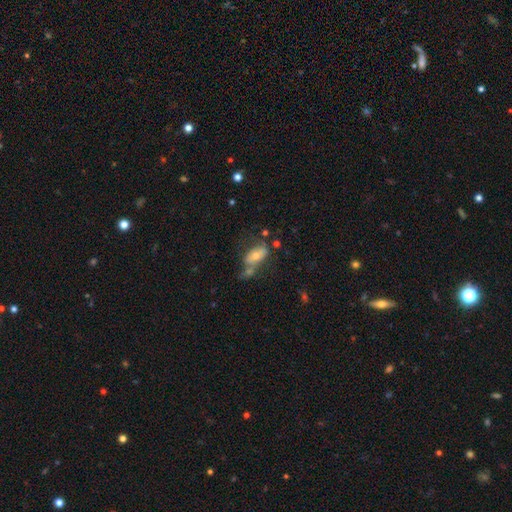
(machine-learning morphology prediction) Q: Smooth or featured?
A: smooth (52%); runner-up: featured or disk (37%)
Q: How rounded?
A: in between (84%); runner-up: cigar-shaped (11%)
Q: Merging?
A: none (36%); runner-up: merger (29%)